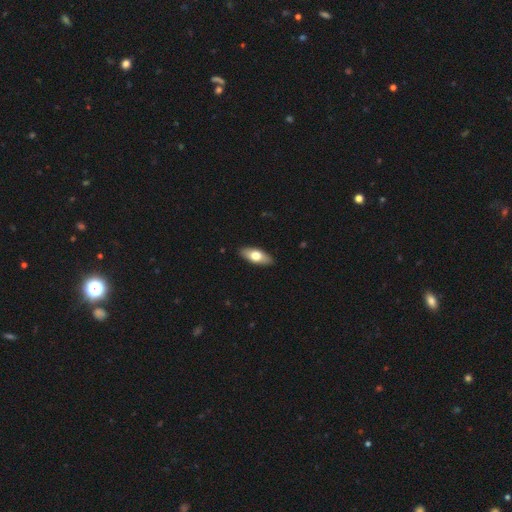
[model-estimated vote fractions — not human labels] Smooth or featured: smooth — 68% (featured or disk — 27%)
How rounded: in between — 81% (cigar-shaped — 16%)
Merging: none — 90% (minor disturbance — 8%)